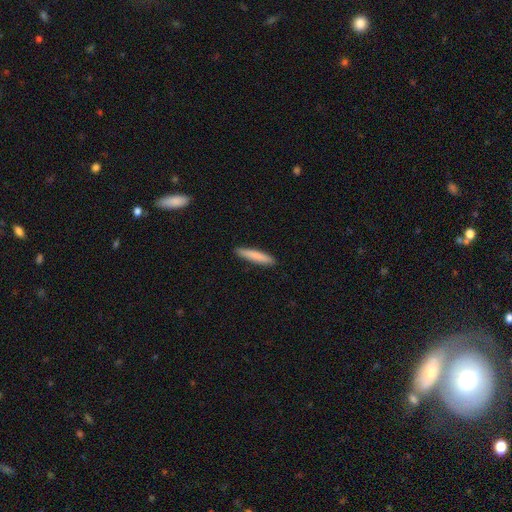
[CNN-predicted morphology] The model was most divided on "smooth or featured": smooth: 84%, featured or disk: 11%, star or artifact: 5%. More confident: how rounded — cigar-shaped (91%); merging — none (90%).